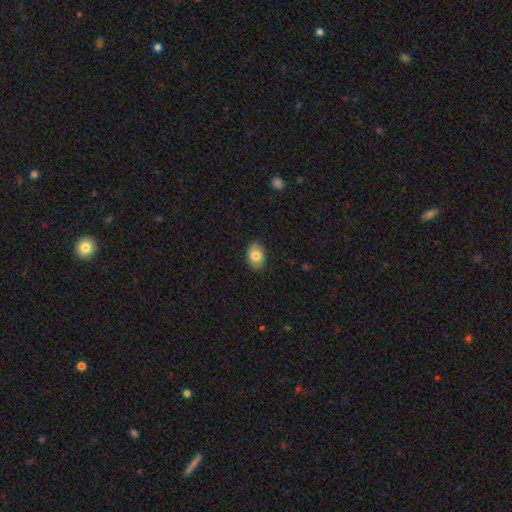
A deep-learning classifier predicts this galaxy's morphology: The model was most divided on "how rounded": in between: 79%, round: 20%, cigar-shaped: 1%. More confident: merging — none (86%); smooth or featured — smooth (82%).